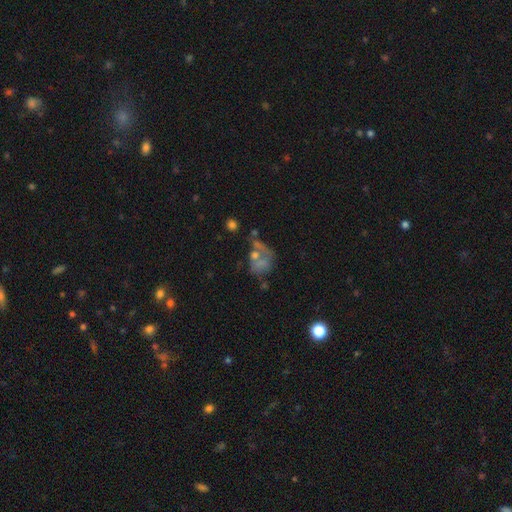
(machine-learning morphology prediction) The model was most divided on "smooth or featured": smooth: 41%, featured or disk: 39%, star or artifact: 20%. Remaining: merging — major disturbance (30%).